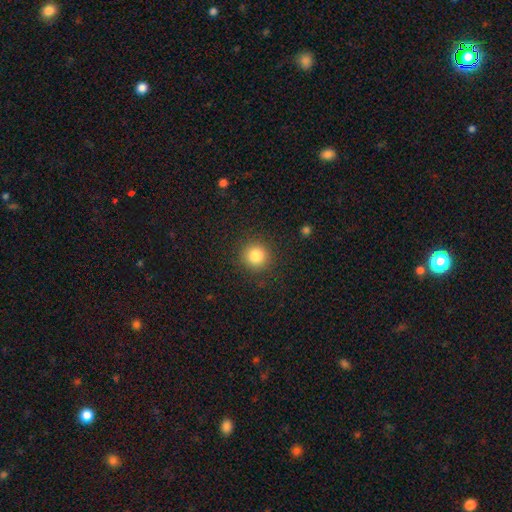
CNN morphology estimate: smooth 83%, star or artifact 11%, featured or disk 6%. Down the decision tree: how rounded — round (94%); merging — none (90%).